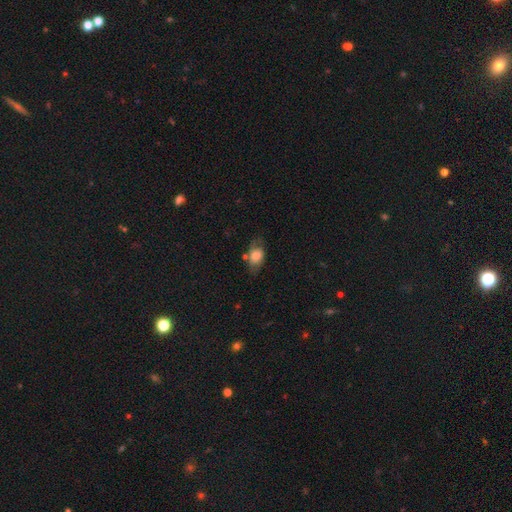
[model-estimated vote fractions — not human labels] Q: Smooth or featured?
A: smooth (65%); runner-up: featured or disk (27%)
Q: How rounded?
A: in between (82%); runner-up: round (15%)
Q: Merging?
A: none (56%); runner-up: minor disturbance (26%)